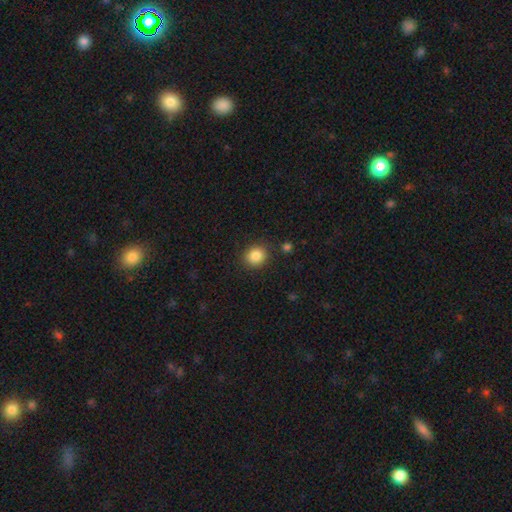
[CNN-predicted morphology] A smooth galaxy with no disk features (85%) that is round (80%). Merging: none (86%).